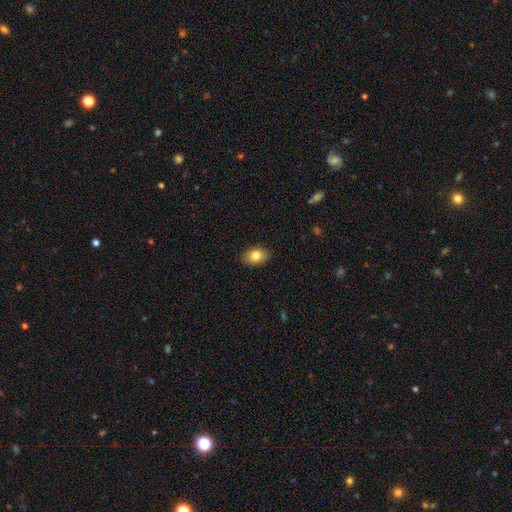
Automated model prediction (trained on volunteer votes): A smooth galaxy with no disk features (83%) that is in between round and cigar-shaped (76%).

Vote fractions:
- Smooth or featured? smooth: 83% / featured or disk: 9% / star or artifact: 8%
- How rounded? in between: 76% / round: 23% / cigar-shaped: 1%
- Merging? none: 88% / minor disturbance: 9% / major disturbance: 2% / merger: 1%